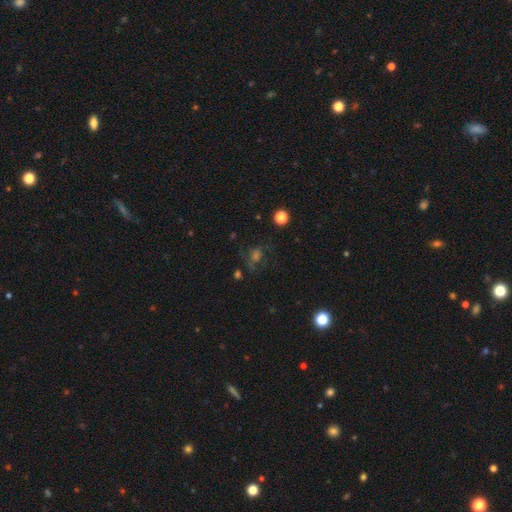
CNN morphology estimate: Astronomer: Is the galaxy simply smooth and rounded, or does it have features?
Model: star or artifact — 39% (runner-up: smooth, 35%).